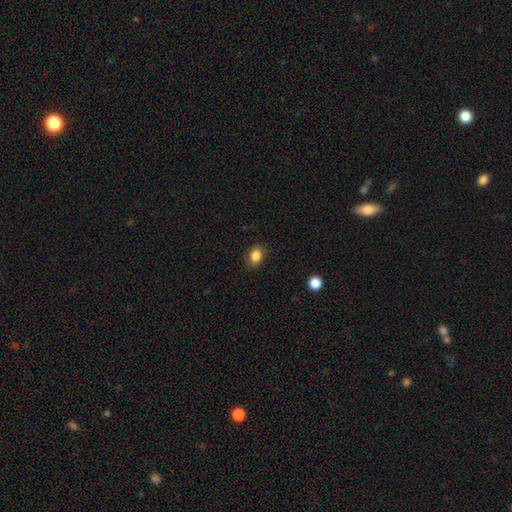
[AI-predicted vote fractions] Smooth or featured: smooth — 86% (star or artifact — 10%)
How rounded: in between — 73% (round — 26%)
Merging: none — 85% (minor disturbance — 11%)